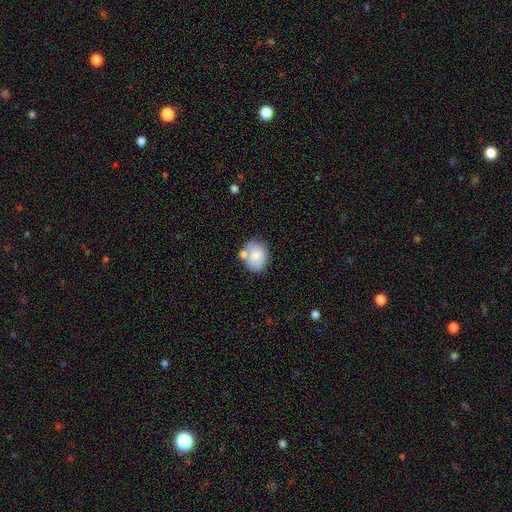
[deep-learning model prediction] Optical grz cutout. It shows a smooth galaxy with no disk features (76%) that is in between round and cigar-shaped (56%). Merging: none (58%).